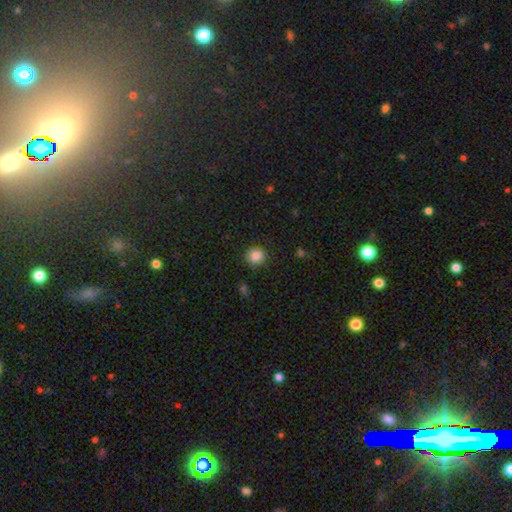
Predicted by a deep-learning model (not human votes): This is clearly a smooth galaxy (87%). How rounded: clearly round (91%). Merging: clearly none (89%).